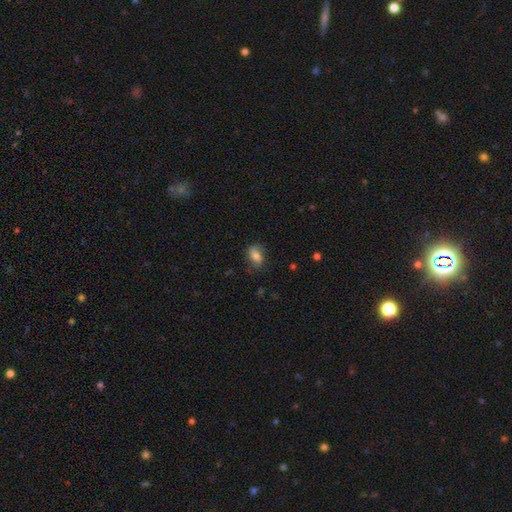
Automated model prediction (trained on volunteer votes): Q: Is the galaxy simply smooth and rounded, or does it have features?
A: smooth — 75%.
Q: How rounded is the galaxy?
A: in between — 83%.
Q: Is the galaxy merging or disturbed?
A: none — 66%.